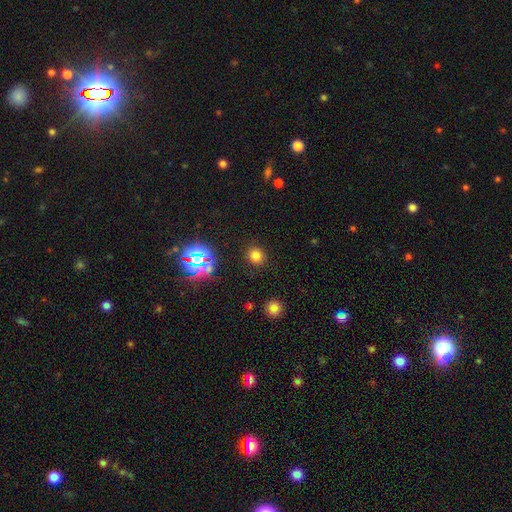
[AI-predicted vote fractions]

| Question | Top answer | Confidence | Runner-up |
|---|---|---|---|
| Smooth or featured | smooth | 74% | star or artifact (21%) |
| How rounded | round | 83% | in between (16%) |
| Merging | none | 89% | minor disturbance (7%) |